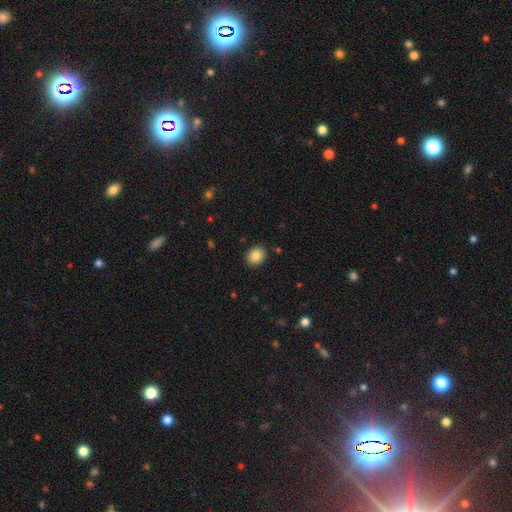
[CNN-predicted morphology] Smooth or featured? Predicted: smooth (p=0.86). How rounded? Predicted: round (p=0.62). Merging? Predicted: none (p=0.89).